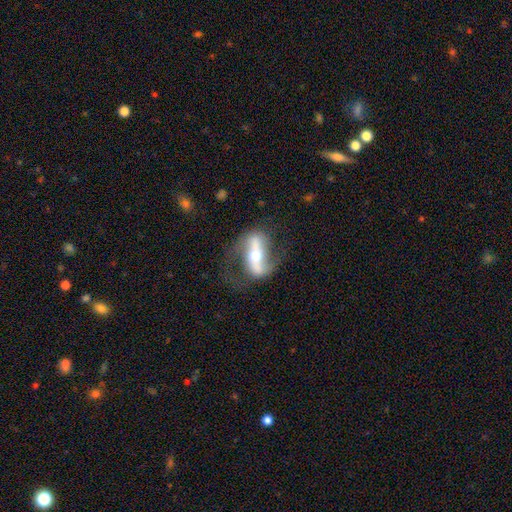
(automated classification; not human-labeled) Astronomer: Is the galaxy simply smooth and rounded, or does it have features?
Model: featured or disk — 77%.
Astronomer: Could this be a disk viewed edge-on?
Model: no — 83%.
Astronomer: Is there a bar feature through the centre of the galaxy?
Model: strong — 61%.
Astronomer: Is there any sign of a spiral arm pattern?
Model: yes — 78%.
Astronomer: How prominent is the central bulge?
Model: moderate — 66%.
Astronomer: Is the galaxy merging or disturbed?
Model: none — 64%.